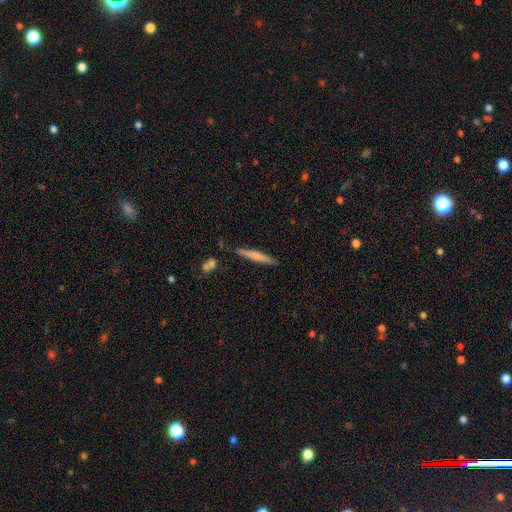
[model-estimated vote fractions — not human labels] smooth-or-featured: smooth: 65% | featured or disk: 29% | star or artifact: 6%
  how-rounded: cigar-shaped: 94% | in between: 4% | round: 1%
  merging: none: 84% | minor disturbance: 11% | merger: 3% | major disturbance: 2%